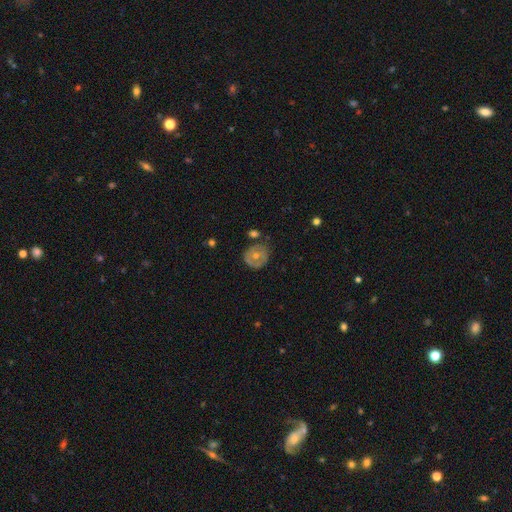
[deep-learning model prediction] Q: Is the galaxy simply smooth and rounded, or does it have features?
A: featured or disk — 53%.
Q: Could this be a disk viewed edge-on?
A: no — 96%.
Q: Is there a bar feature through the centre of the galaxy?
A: no — 87%.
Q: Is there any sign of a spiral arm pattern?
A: no — 65%.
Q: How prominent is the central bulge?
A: moderate — 59%.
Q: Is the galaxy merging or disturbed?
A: none — 74%.